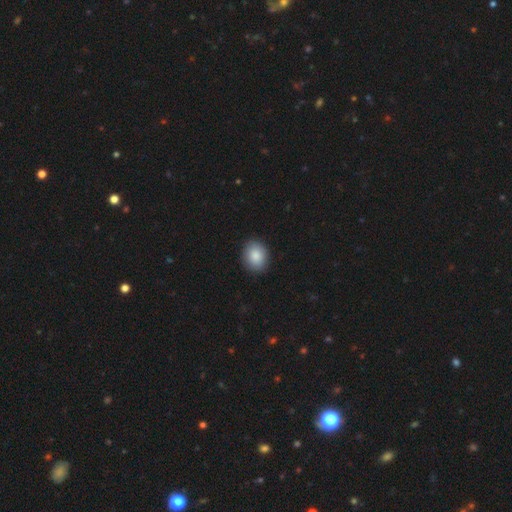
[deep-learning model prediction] Q: Smooth or featured?
A: smooth (87%); runner-up: star or artifact (7%)
Q: How rounded?
A: round (53%); runner-up: in between (46%)
Q: Merging?
A: none (89%); runner-up: minor disturbance (8%)